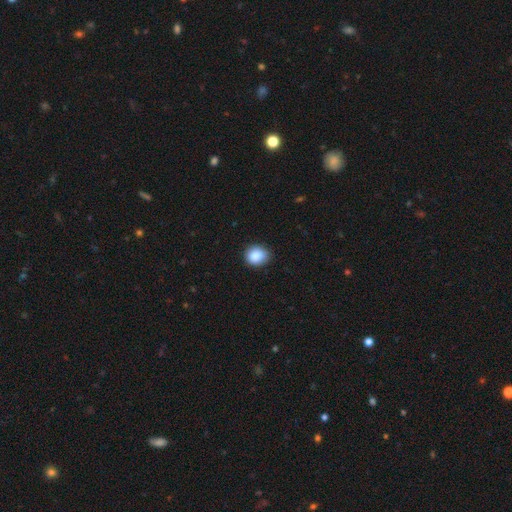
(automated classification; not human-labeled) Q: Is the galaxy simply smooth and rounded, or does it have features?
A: smooth — 87%.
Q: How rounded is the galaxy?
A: round — 71%.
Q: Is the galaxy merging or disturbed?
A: none — 81%.